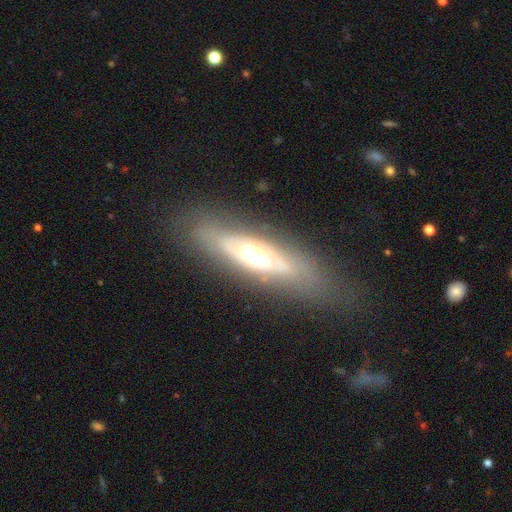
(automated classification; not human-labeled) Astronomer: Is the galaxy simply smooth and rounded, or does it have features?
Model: featured or disk — 66%.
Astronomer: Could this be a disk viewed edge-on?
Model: no — 54% (runner-up: yes, 46%).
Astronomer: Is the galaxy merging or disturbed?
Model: none — 73%.